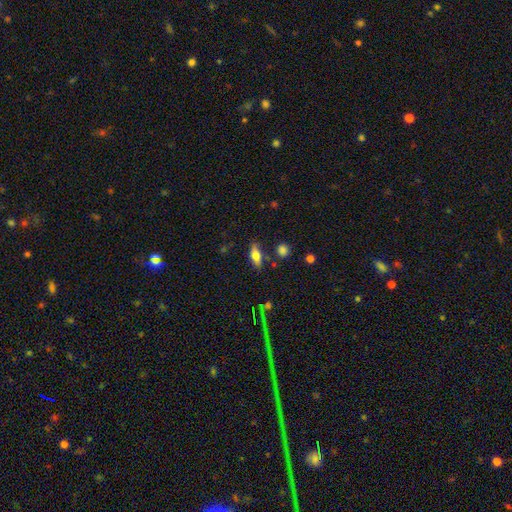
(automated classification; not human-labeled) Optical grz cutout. It shows a smooth galaxy with no disk features (68%) that is in between round and cigar-shaped (74%). Merging: none (78%).